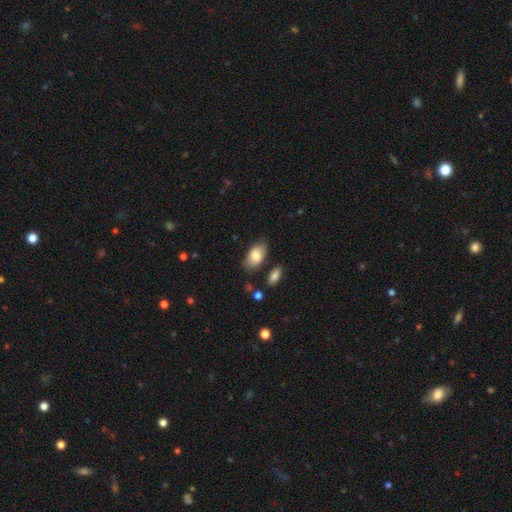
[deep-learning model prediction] A smooth galaxy with no disk features (80%) that is in between round and cigar-shaped (93%).

Vote fractions:
- Smooth or featured? smooth: 80% / featured or disk: 14% / star or artifact: 6%
- How rounded? in between: 93% / round: 5% / cigar-shaped: 2%
- Merging? none: 75% / minor disturbance: 17% / merger: 4% / major disturbance: 4%